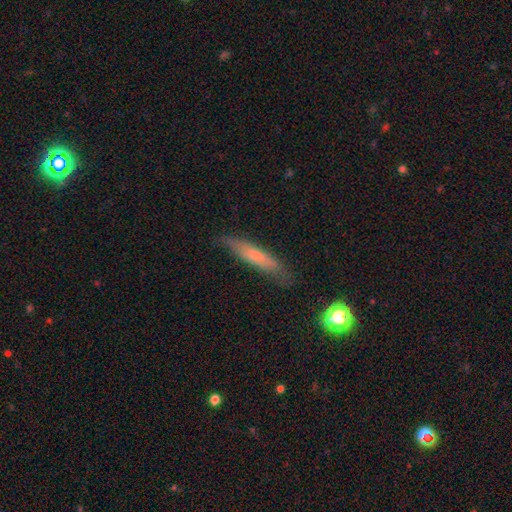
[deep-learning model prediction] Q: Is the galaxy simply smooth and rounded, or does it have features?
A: smooth — 65%.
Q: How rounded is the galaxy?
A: cigar-shaped — 87%.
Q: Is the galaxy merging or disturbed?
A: none — 76%.